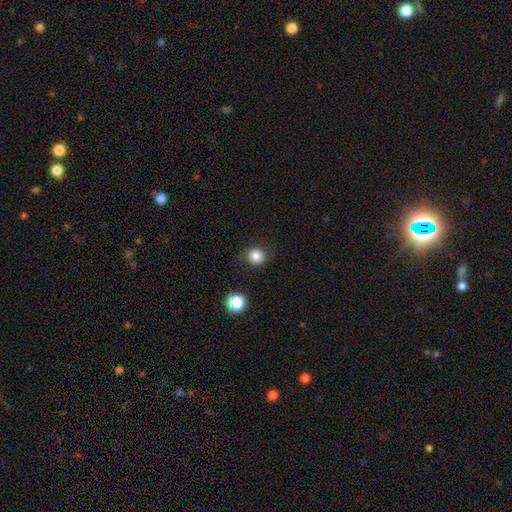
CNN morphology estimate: Smooth or featured: smooth — 83% (star or artifact — 12%)
How rounded: round — 87% (in between — 12%)
Merging: none — 81% (minor disturbance — 13%)